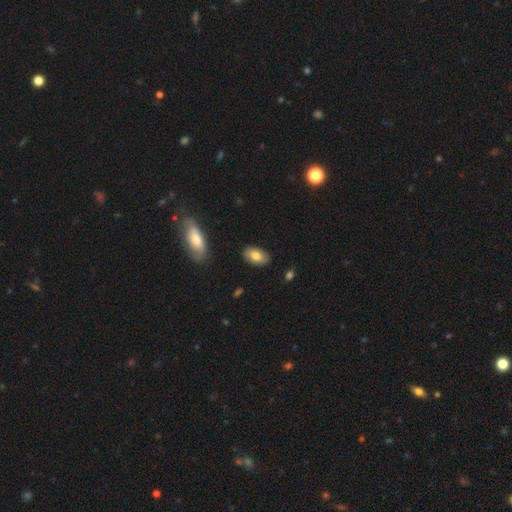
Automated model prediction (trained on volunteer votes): A smooth galaxy with no disk features (80%) that is in between round and cigar-shaped (93%). Merging: none (87%).